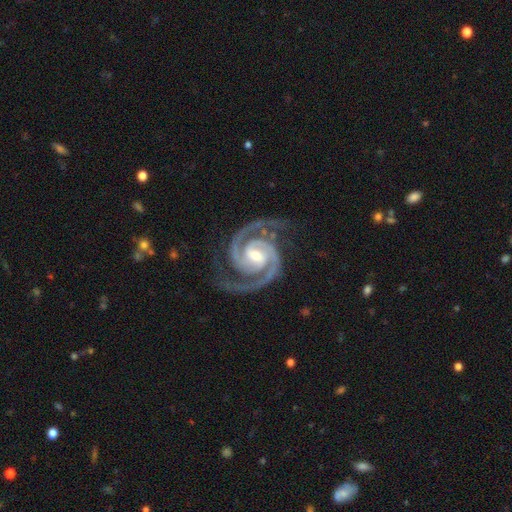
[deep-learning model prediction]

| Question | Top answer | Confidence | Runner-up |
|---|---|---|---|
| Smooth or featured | featured or disk | 95% | star or artifact (3%) |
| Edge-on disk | no | 98% | yes (2%) |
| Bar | weak | 44% | no (30%) |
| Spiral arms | yes | 99% | no (1%) |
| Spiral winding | tight | 56% | medium (41%) |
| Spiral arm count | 2 | 91% | 3 (4%) |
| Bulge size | moderate | 54% | small (41%) |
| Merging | none | 81% | minor disturbance (13%) |